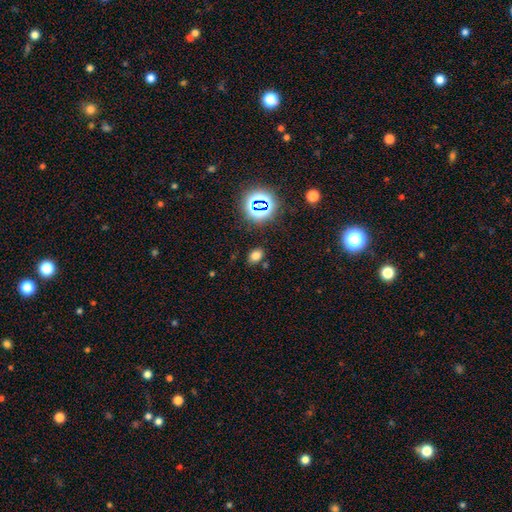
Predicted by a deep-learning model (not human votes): Smooth or featured: smooth — 70% (star or artifact — 22%)
How rounded: in between — 72% (round — 27%)
Merging: none — 82% (minor disturbance — 11%)